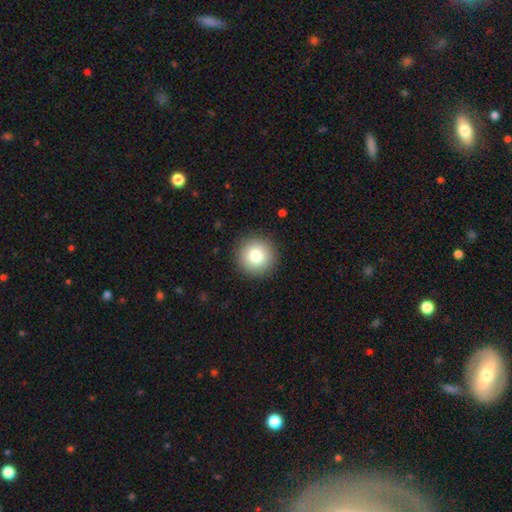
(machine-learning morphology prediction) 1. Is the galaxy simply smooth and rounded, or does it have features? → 81% smooth, 10% star or artifact, 9% featured or disk.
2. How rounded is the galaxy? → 96% round, 4% in between, 1% cigar-shaped.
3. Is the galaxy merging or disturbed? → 92% none, 6% minor disturbance, 2% major disturbance, 1% merger.